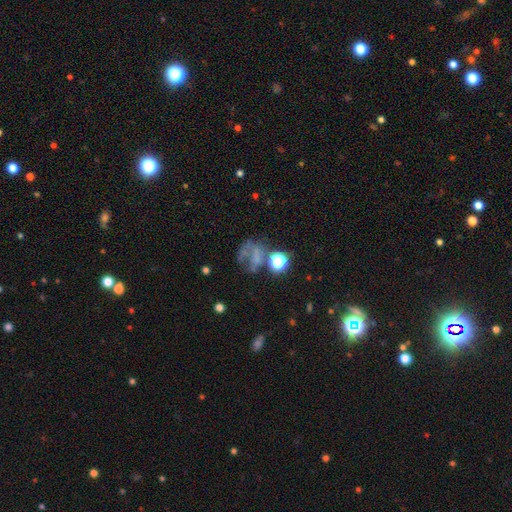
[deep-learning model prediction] A smooth galaxy with no disk features (37%).

Vote fractions:
- Smooth or featured? smooth: 37% / featured or disk: 35% / star or artifact: 28%
- Merging? none: 34% (tied) / major disturbance: 34% (tied) / minor disturbance: 17% / merger: 15%